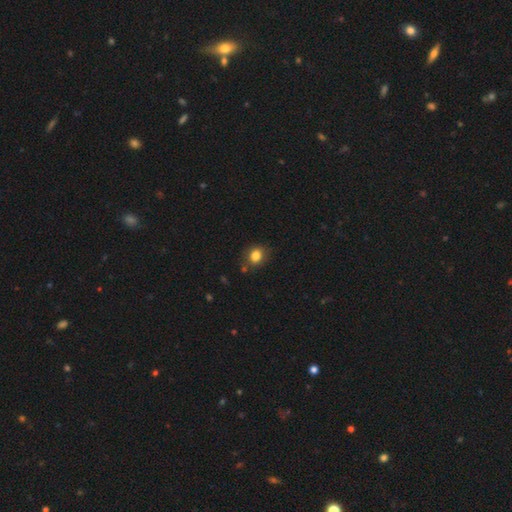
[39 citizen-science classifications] This is clearly a smooth galaxy (87%). How rounded: clearly round (85%). Merging: likely none (78%).